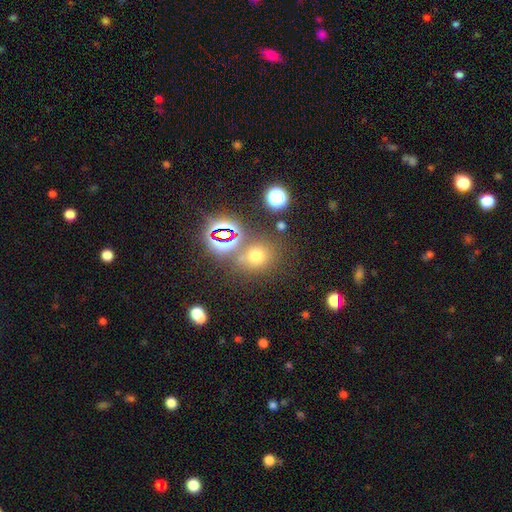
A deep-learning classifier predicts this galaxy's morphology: The model was most divided on "smooth or featured": smooth: 60%, star or artifact: 31%, featured or disk: 9%. More confident: how rounded — round (77%); merging — none (67%).